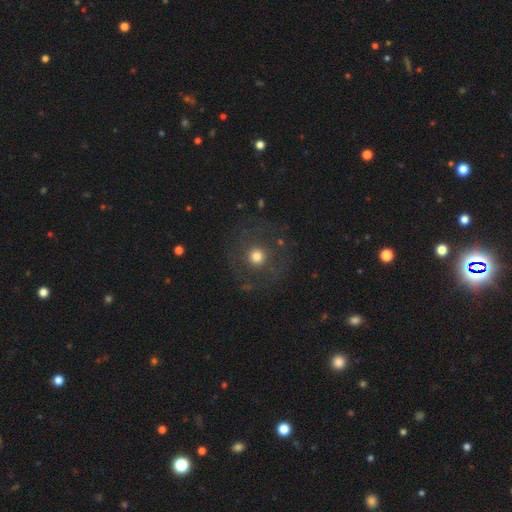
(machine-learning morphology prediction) This appears to be a smooth galaxy with no disk features (53%) that is round (93%). Merging: none (79%).